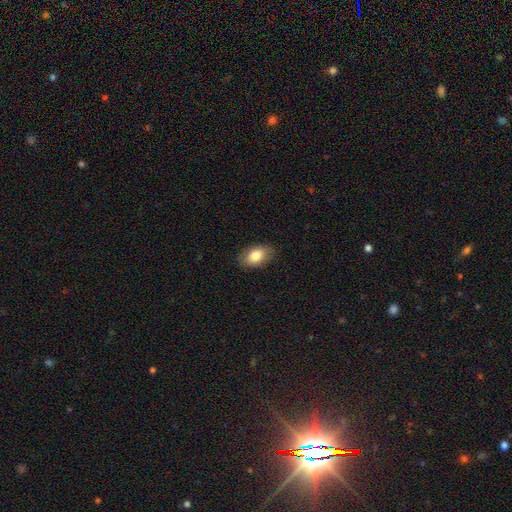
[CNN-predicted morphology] smooth 82%, featured or disk 11%, star or artifact 7%. Down the decision tree: how rounded — in between (91%); merging — none (85%).